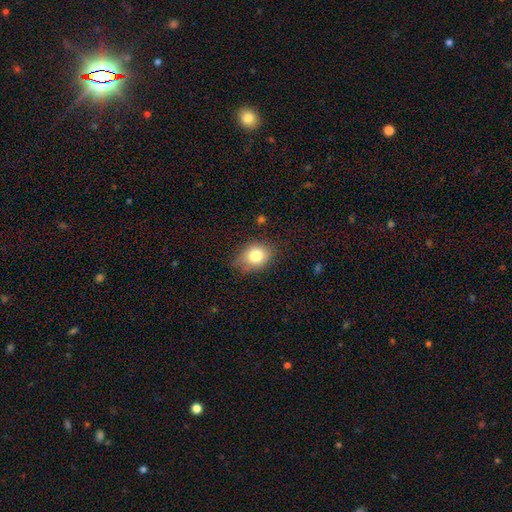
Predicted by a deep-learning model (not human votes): Morphology: type=smooth (79%); roundness=in between (58%); merging=none (68%).